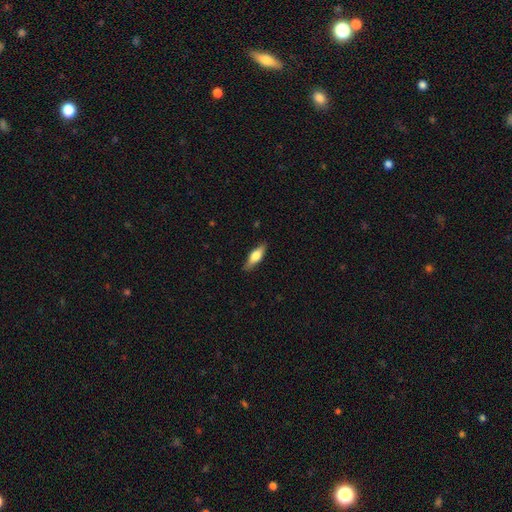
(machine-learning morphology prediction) This appears to be a smooth galaxy with no disk features (55%) that is in between round and cigar-shaped (56%). Merging: none (84%).